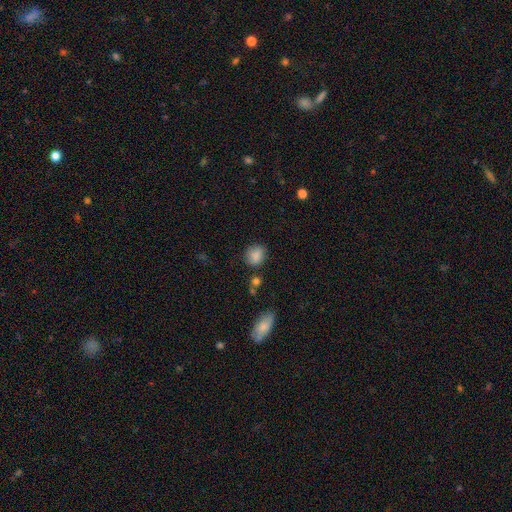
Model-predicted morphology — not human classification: The model was most divided on "how rounded": round: 57%, in between: 42%, cigar-shaped: 1%. More confident: smooth or featured — smooth (83%); merging — none (72%).